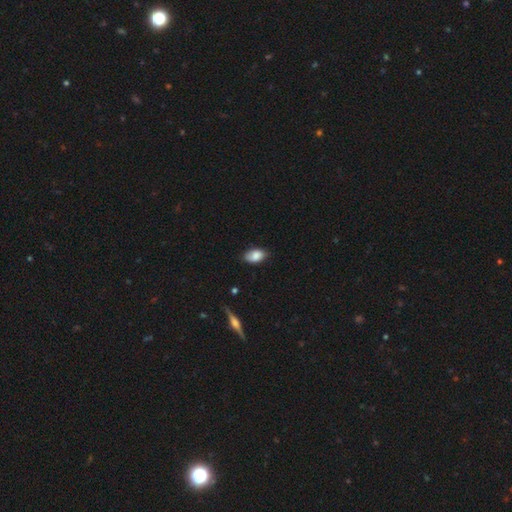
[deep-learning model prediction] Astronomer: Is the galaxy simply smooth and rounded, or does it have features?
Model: smooth — 84%.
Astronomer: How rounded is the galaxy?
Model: in between — 92%.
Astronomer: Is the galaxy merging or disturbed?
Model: none — 76%.